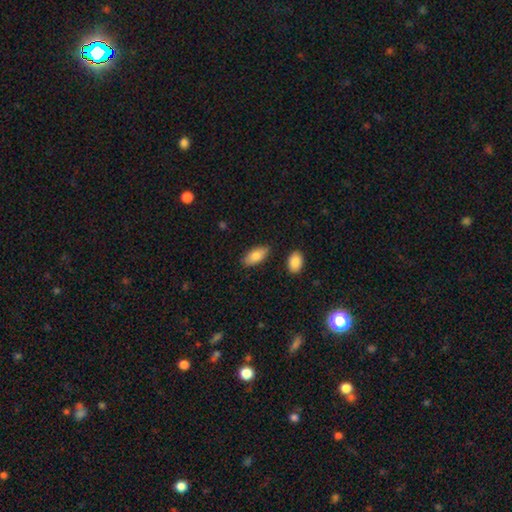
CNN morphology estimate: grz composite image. It shows a smooth galaxy with no disk features (83%) that is in between round and cigar-shaped (91%). Merging: none (84%).